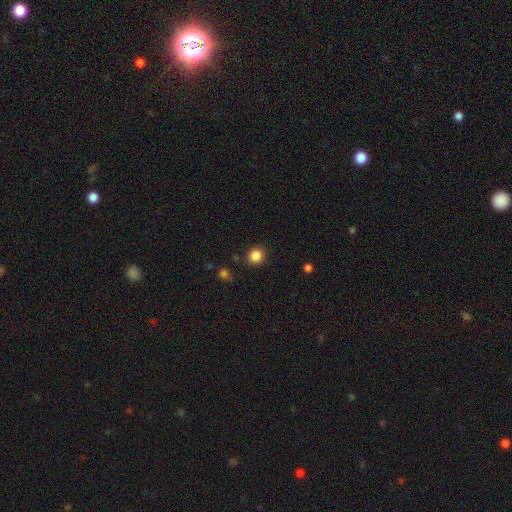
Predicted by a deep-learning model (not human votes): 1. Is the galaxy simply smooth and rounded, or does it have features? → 86% smooth, 11% star or artifact, 3% featured or disk.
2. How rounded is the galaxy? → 91% round, 8% in between, 1% cigar-shaped.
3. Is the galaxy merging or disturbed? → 89% none, 7% minor disturbance, 2% major disturbance, 2% merger.